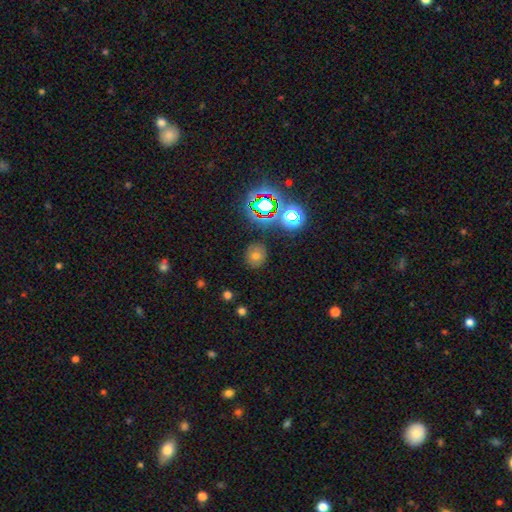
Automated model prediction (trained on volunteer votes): smooth_or_featured: smooth (p=0.58) [alt: star or artifact p=0.28]
how_rounded: round (p=0.85) [alt: in between p=0.14]
merging: none (p=0.85) [alt: minor disturbance p=0.10]